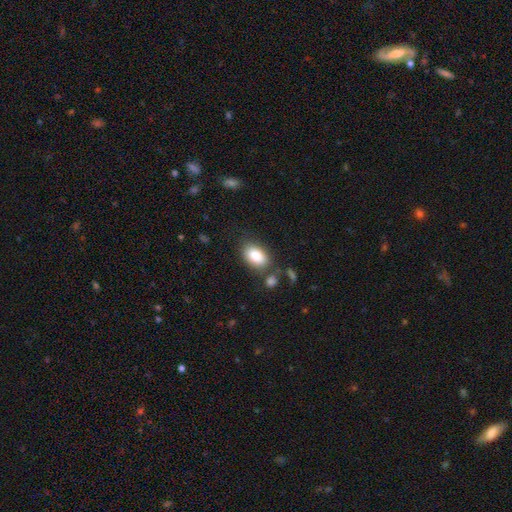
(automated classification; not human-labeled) A smooth galaxy with no disk features (86%) that is in between round and cigar-shaped (90%).

Vote fractions:
- Smooth or featured? smooth: 86% / featured or disk: 7% / star or artifact: 7%
- How rounded? in between: 90% / round: 8% / cigar-shaped: 2%
- Merging? none: 72% / minor disturbance: 15% / merger: 7% / major disturbance: 6%